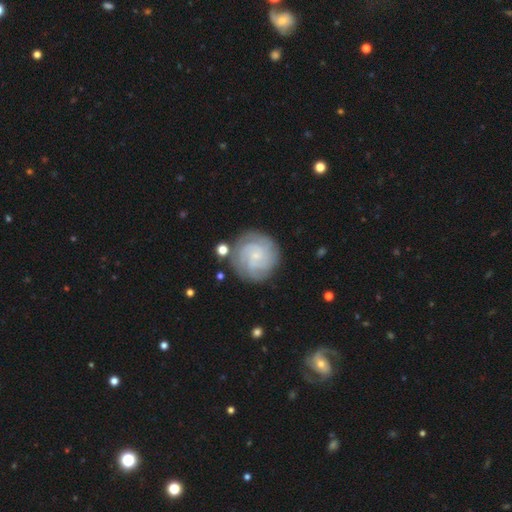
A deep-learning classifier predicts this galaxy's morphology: type=featured or disk (76%); edge-on=no (98%); bar=no (73%); spiral arms=yes (95%); winding=tight (71%); arm count=can't tell (29%); bulge=small (80%); merging=none (78%).